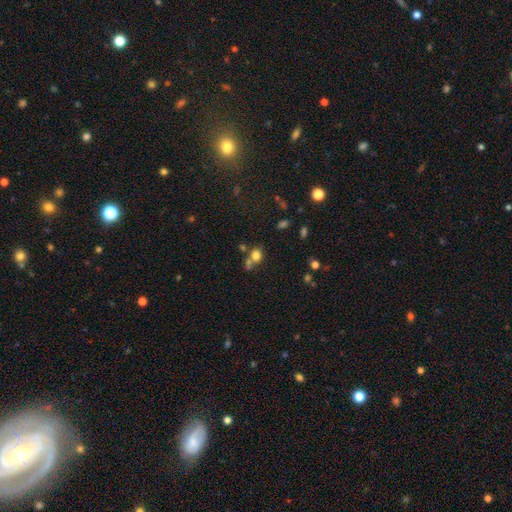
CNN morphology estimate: Smooth or featured?
  - smooth: 74% *
  - star or artifact: 16%
  - featured or disk: 10%
How rounded?
  - round: 69% *
  - in between: 30%
  - cigar-shaped: 2%
Merging?
  - none: 47% *
  - merger: 35%
  - minor disturbance: 12%
  - major disturbance: 7%